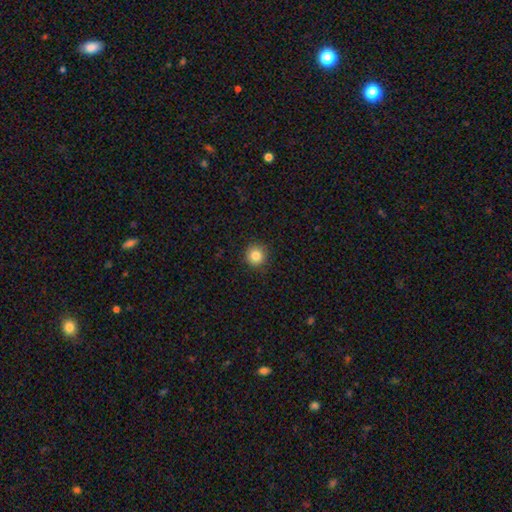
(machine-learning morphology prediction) Overall: smooth (84%). How rounded: round (94%). Merging: none (90%).